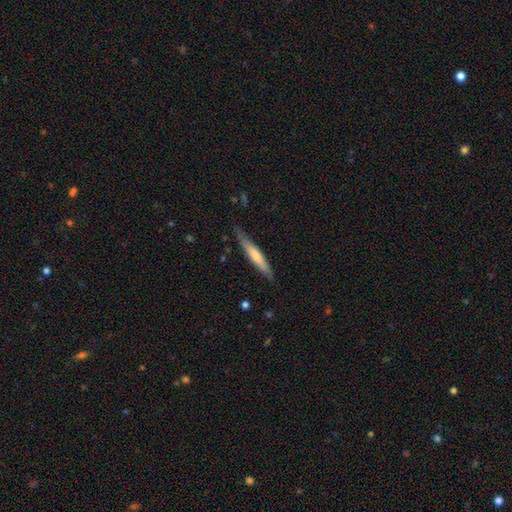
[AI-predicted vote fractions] Smooth or featured? smooth (57%)
How rounded? cigar-shaped (93%)
Merging? none (80%)